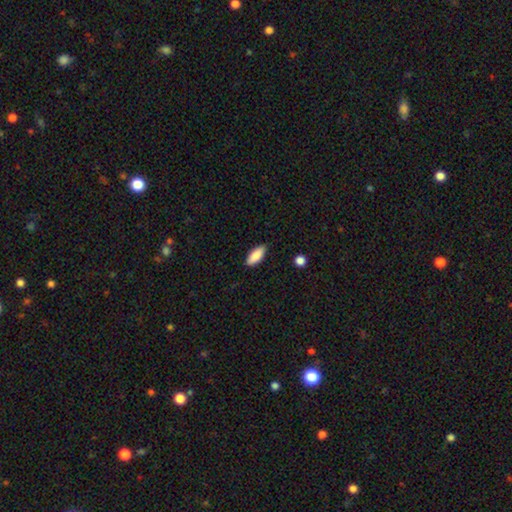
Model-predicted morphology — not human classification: Smooth or featured? Predicted: smooth (p=0.87). How rounded? Predicted: in between (p=0.81). Merging? Predicted: none (p=0.86).